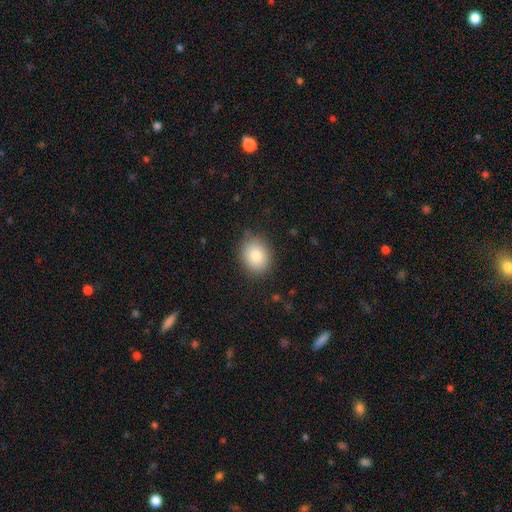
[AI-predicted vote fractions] This is clearly a smooth galaxy (83%). How rounded: possibly round (54%). Merging: clearly none (83%).